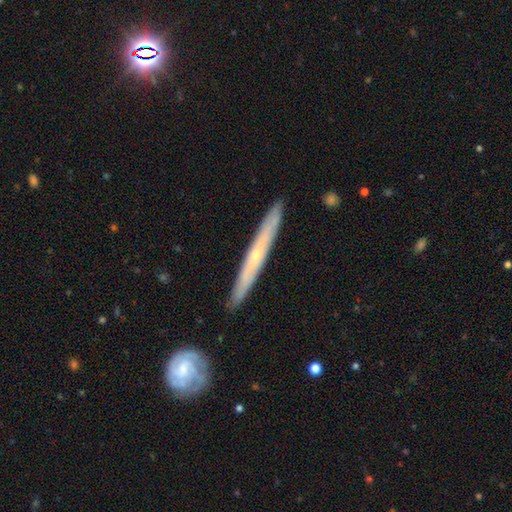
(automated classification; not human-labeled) The model was most divided on "edge-on bulge": none: 50%, rounded: 48%, boxy: 2%. More confident: edge-on disk — yes (91%); merging — none (90%); smooth or featured — featured or disk (61%).